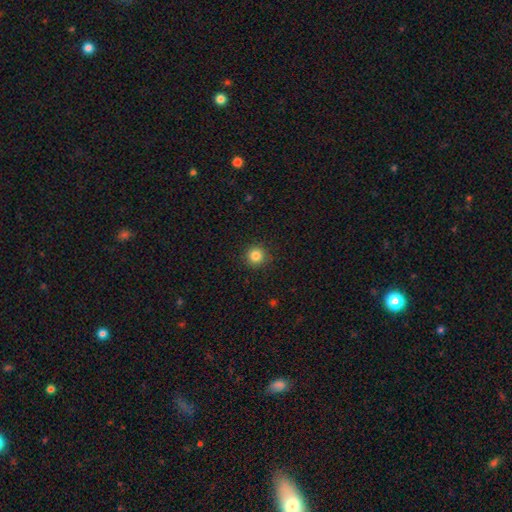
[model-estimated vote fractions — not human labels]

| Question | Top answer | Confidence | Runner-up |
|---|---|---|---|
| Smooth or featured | smooth | 84% | star or artifact (11%) |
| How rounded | round | 95% | in between (5%) |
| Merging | none | 91% | minor disturbance (6%) |